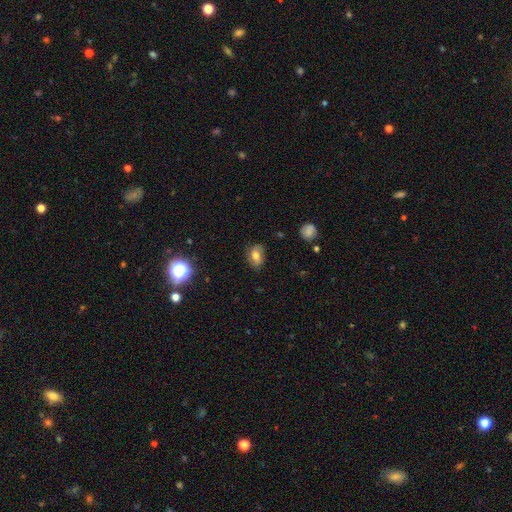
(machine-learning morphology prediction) Smooth or featured? smooth (57%)
How rounded? in between (67%)
Merging? none (72%)